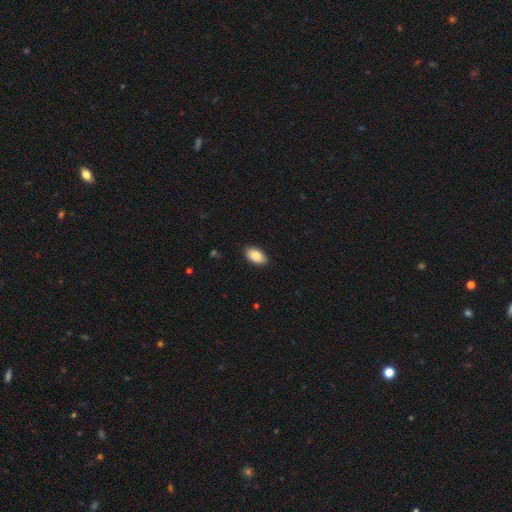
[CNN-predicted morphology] A smooth galaxy with no disk features (87%) that is in between round and cigar-shaped (95%). Merging: none (89%).